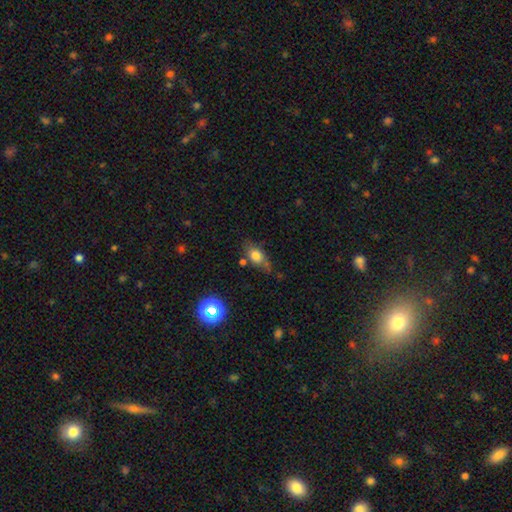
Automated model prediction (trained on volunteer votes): Morphology: type=smooth (74%); roundness=in between (74%); merging=none (60%).